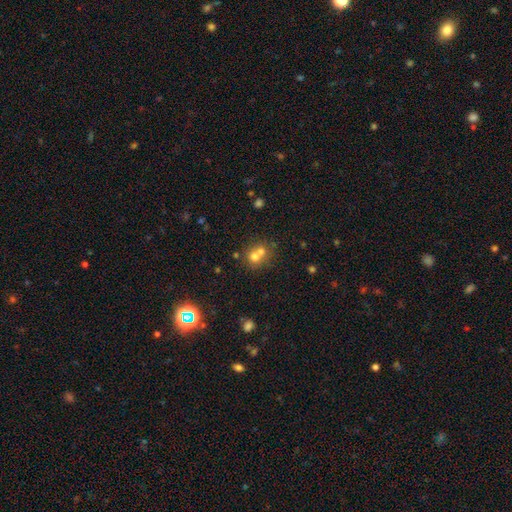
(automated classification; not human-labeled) smooth-or-featured: smooth: 64% | star or artifact: 18% | featured or disk: 18%
  how-rounded: round: 81% | in between: 18% | cigar-shaped: 1%
  merging: merger: 56% | none: 35% | minor disturbance: 6% | major disturbance: 3%